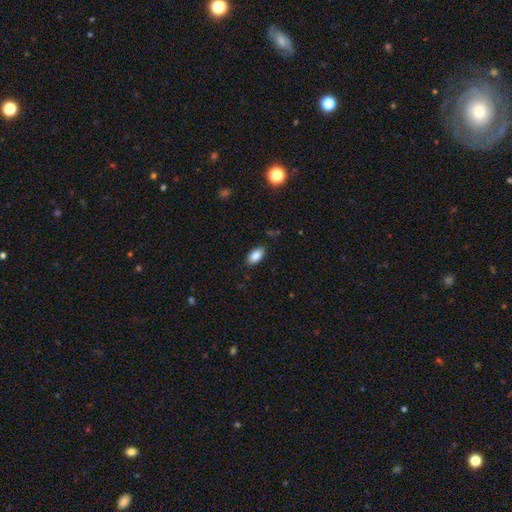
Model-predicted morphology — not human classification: Smooth or featured? smooth (85%)
How rounded? in between (93%)
Merging? none (86%)